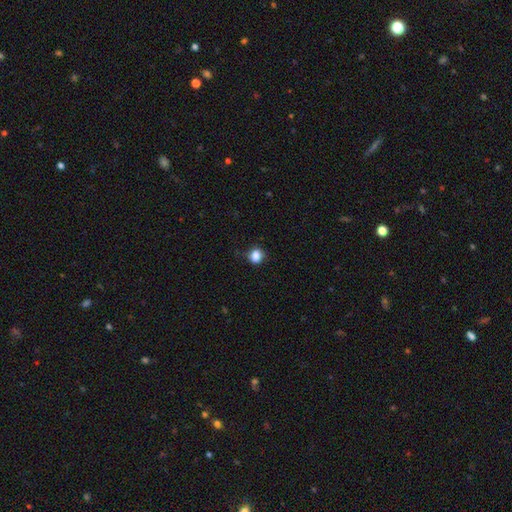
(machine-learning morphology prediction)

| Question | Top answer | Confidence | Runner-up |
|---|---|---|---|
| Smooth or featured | smooth | 85% | star or artifact (11%) |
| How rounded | round | 66% | in between (33%) |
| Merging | none | 77% | minor disturbance (18%) |